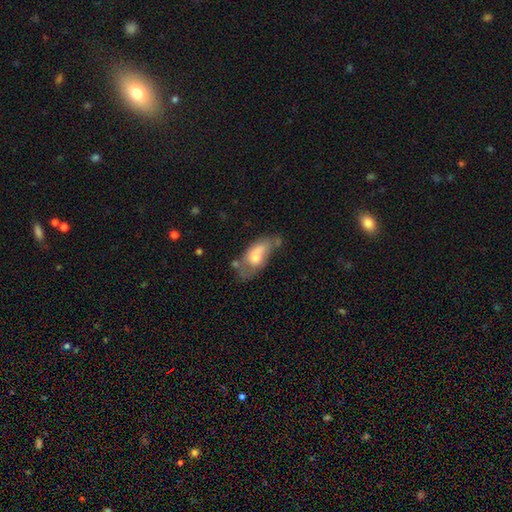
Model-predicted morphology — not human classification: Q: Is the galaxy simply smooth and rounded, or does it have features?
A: smooth — 59%.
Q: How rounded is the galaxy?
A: in between — 88%.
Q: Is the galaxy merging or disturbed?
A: none — 28%.